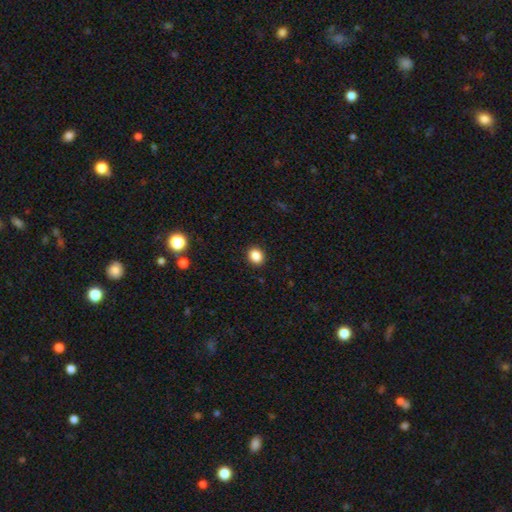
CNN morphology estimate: The model was most divided on "how rounded": round: 65%, in between: 34%, cigar-shaped: 1%. More confident: merging — none (91%); smooth or featured — smooth (87%).